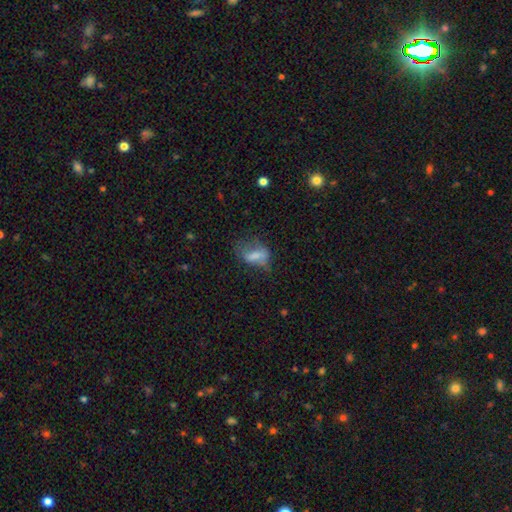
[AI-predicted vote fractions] A smooth galaxy with no disk features (56%) that is in between round and cigar-shaped (84%). Merging: major disturbance (37%).